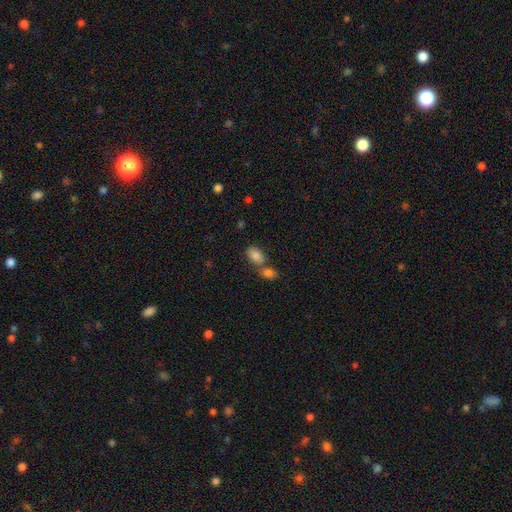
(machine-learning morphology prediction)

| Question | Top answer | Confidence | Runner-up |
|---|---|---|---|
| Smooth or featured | smooth | 82% | featured or disk (10%) |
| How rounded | in between | 90% | round (8%) |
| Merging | merger | 47% | none (39%) |